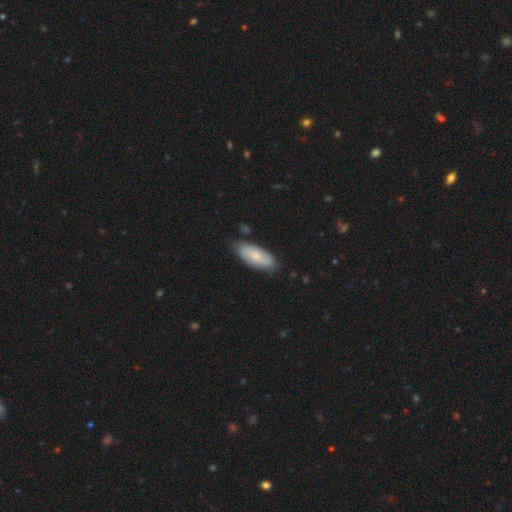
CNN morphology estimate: A smooth galaxy with no disk features (63%) that is in between round and cigar-shaped (85%). Merging: none (75%).